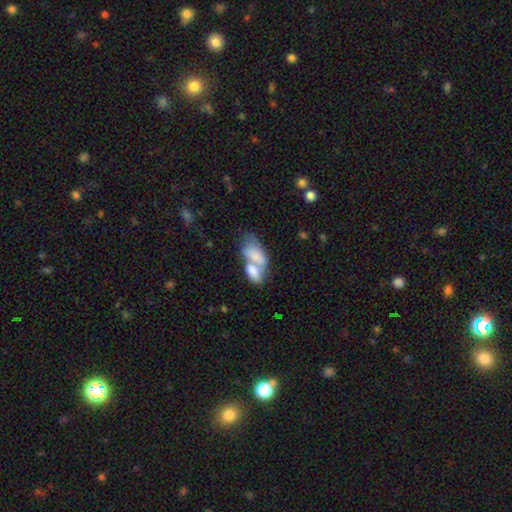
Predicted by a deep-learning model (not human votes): smooth-or-featured: smooth: 71% | featured or disk: 22% | star or artifact: 7%
  how-rounded: in between: 91% | cigar-shaped: 5% | round: 4%
  merging: merger: 71% | none: 13% | major disturbance: 8% | minor disturbance: 8%